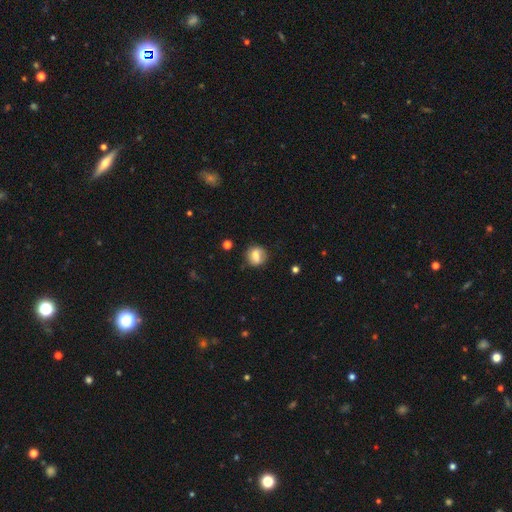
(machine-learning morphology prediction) smooth 69%, featured or disk 21%, star or artifact 9%. Down the decision tree: how rounded — round (71%); merging — none (74%).